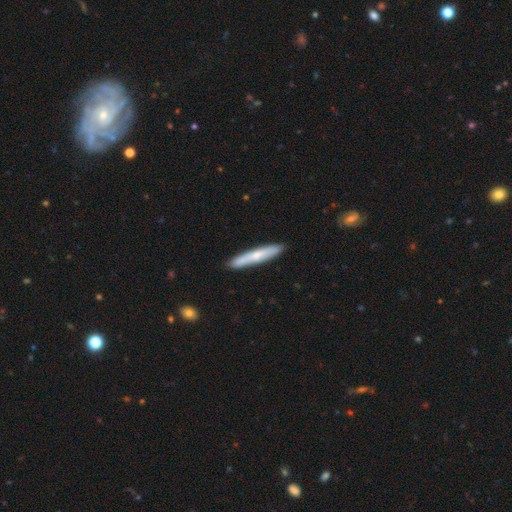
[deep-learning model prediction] Smooth or featured?
  - smooth: 56% *
  - featured or disk: 39%
  - star or artifact: 6%
How rounded?
  - cigar-shaped: 93% *
  - in between: 5%
  - round: 1%
Merging?
  - none: 89% *
  - minor disturbance: 8%
  - major disturbance: 1%
  - merger: 1%